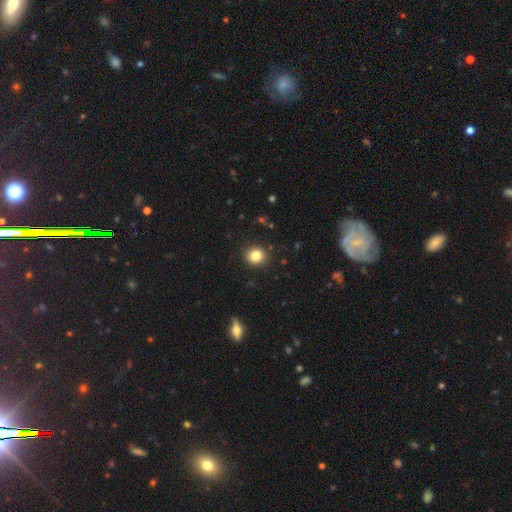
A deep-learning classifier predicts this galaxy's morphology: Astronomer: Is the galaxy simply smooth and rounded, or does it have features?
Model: smooth — 84%.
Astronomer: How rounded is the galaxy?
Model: round — 85%.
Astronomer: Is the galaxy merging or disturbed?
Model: none — 91%.